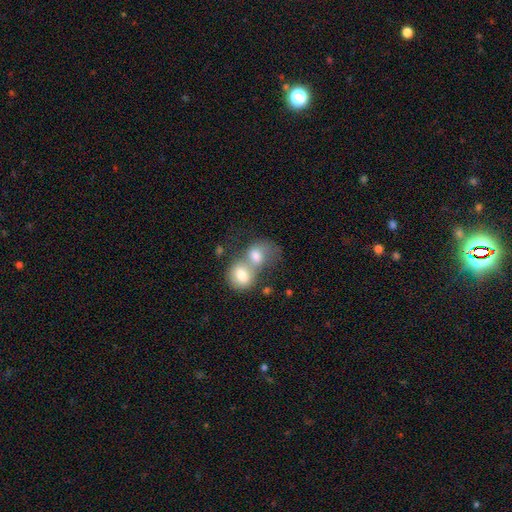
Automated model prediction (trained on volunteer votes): This appears to be a smooth galaxy with no disk features (73%) that is round (49%, tied with in between). Merging: merger (77%).